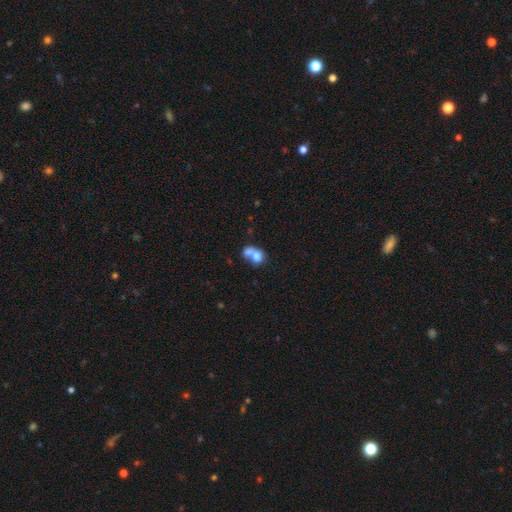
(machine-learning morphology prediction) Q: Smooth or featured?
A: smooth (72%); runner-up: featured or disk (19%)
Q: How rounded?
A: round (57%); runner-up: in between (42%)
Q: Merging?
A: merger (62%); runner-up: none (22%)